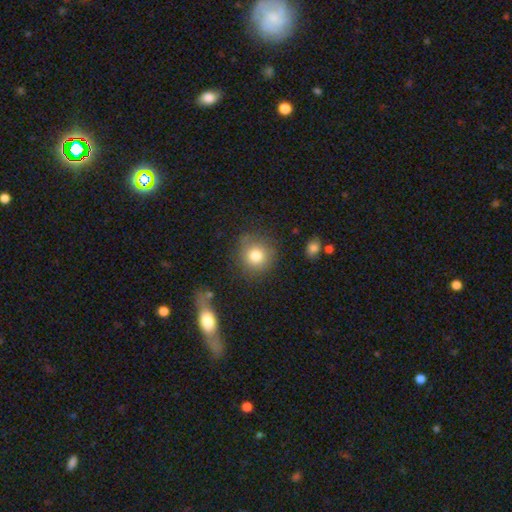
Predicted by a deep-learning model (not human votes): smooth_or_featured: smooth (p=0.80) [alt: star or artifact p=0.11]
how_rounded: round (p=0.89) [alt: in between p=0.10]
merging: none (p=0.80) [alt: minor disturbance p=0.13]